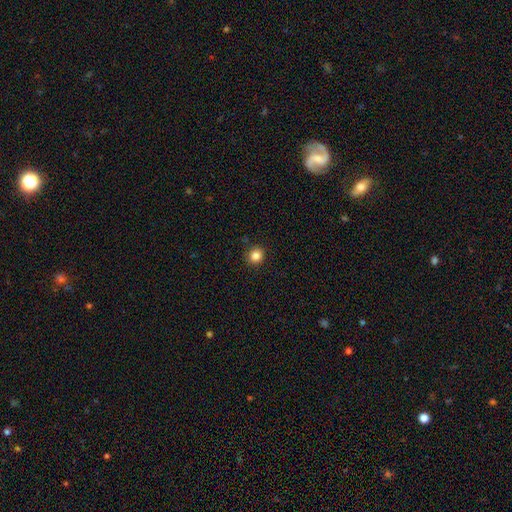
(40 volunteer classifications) Smooth or featured? 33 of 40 (82%) said smooth. How rounded? 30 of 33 (91%) said round. Merging? 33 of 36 (92%) said none.